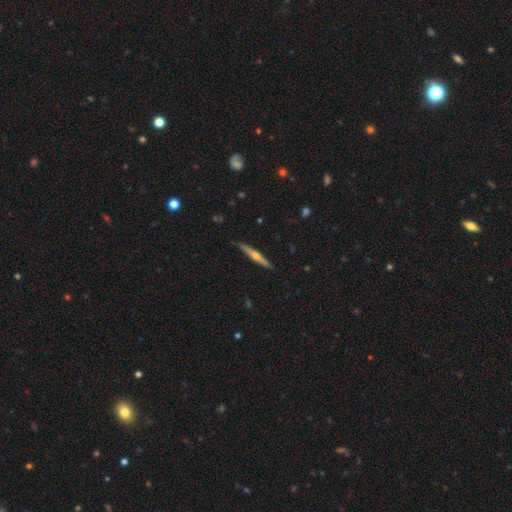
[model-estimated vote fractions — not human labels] Smooth or featured? featured or disk (67%)
Edge-on disk? yes (97%)
Edge-on bulge? rounded (88%)
Merging? none (89%)